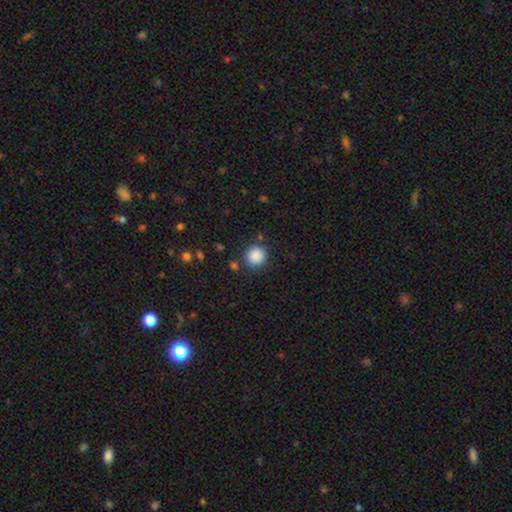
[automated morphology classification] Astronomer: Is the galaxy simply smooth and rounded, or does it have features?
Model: smooth — 88%.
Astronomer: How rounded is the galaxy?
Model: round — 91%.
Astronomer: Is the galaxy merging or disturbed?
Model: none — 87%.